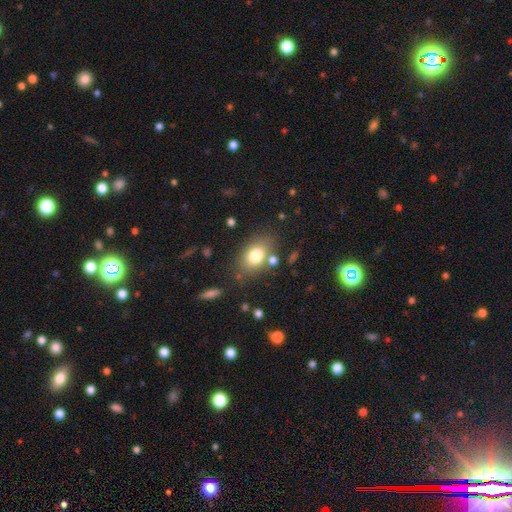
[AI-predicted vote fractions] A smooth galaxy with no disk features (78%) that is in between round and cigar-shaped (78%). Merging: none (73%).